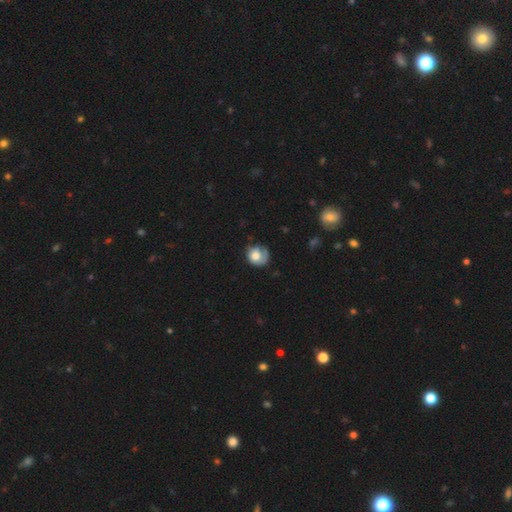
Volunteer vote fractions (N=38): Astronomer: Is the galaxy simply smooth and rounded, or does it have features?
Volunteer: smooth — 68%.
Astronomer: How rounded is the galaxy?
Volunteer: round — 81%.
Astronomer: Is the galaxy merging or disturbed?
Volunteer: none — 50% (runner-up: minor disturbance, 36%).